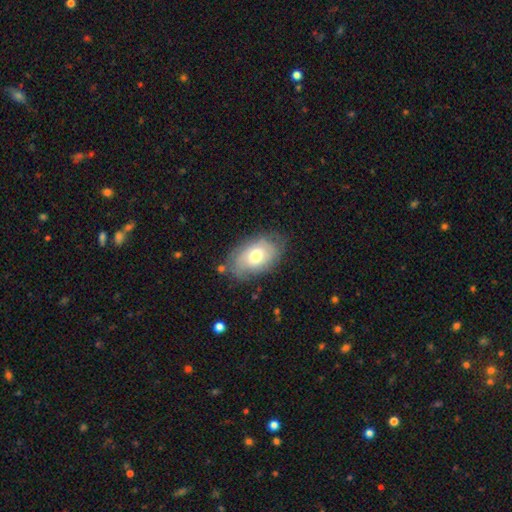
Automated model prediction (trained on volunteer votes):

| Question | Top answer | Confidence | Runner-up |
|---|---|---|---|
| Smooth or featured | smooth | 59% | featured or disk (34%) |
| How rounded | in between | 90% | round (9%) |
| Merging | none | 69% | minor disturbance (22%) |